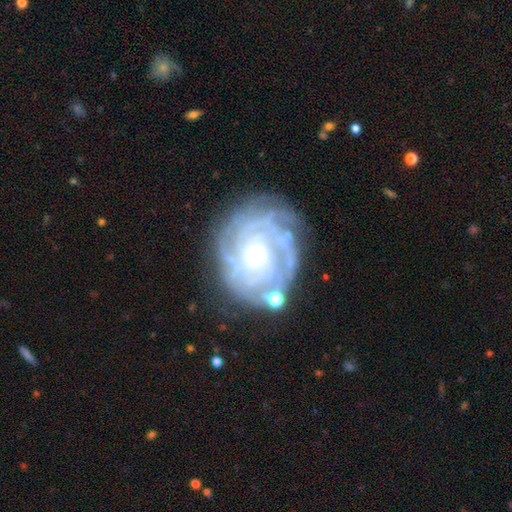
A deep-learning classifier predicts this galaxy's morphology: A featured or disk galaxy (88%) with no bar (75%), tight (78%) spiral arms (96%) and a small central bulge (55%). Merging: none (74%).